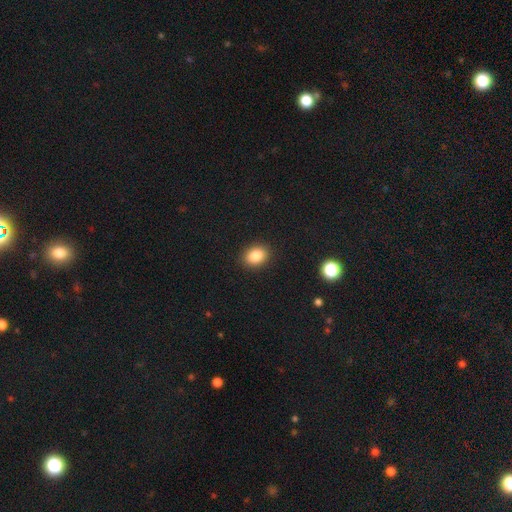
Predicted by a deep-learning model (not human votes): smooth-or-featured: smooth: 85% | star or artifact: 9% | featured or disk: 6%
  how-rounded: in between: 65% | round: 34% | cigar-shaped: 1%
  merging: none: 90% | minor disturbance: 7% | major disturbance: 2% | merger: 1%